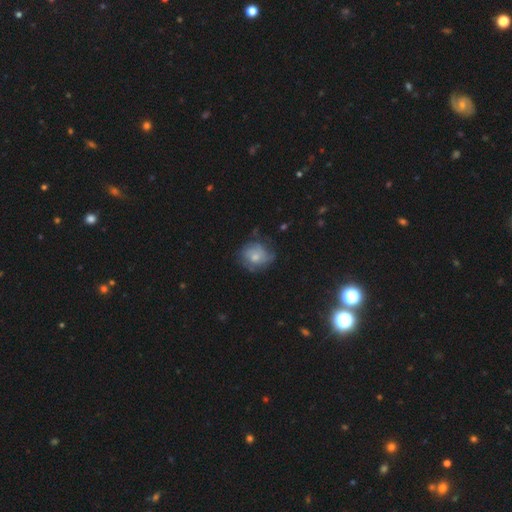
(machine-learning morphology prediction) This is possibly a smooth galaxy (54%). How rounded: likely round (71%). Merging: possibly none (56%).